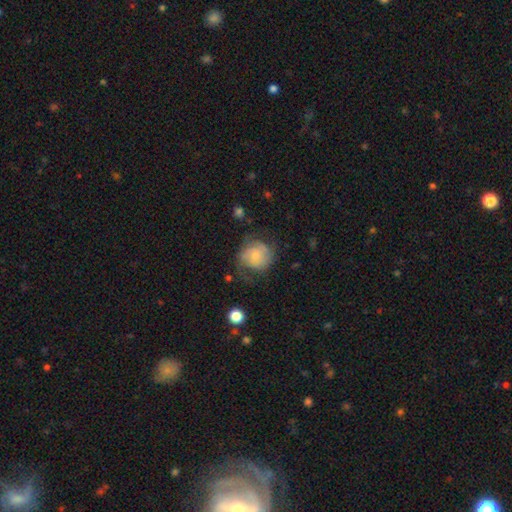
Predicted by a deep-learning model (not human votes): Morphology: type=featured or disk (48%); merging=none (52%).